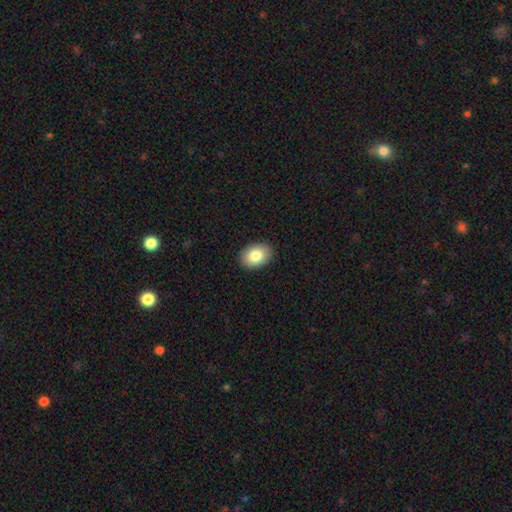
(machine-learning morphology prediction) smooth_or_featured: smooth (p=0.83) [alt: featured or disk p=0.09]
how_rounded: in between (p=0.82) [alt: round p=0.17]
merging: none (p=0.90) [alt: minor disturbance p=0.07]